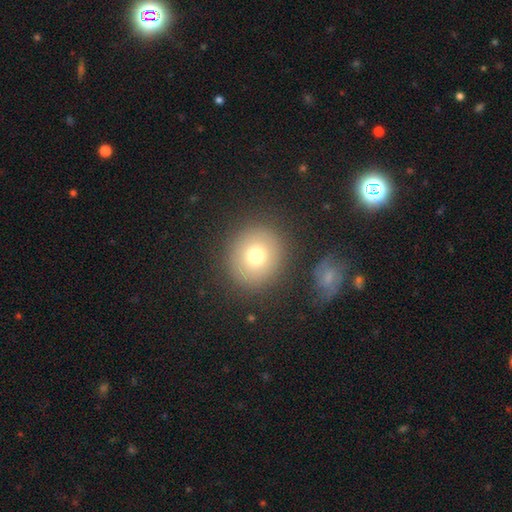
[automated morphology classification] smooth_or_featured: smooth (p=0.75) [alt: featured or disk p=0.14]
how_rounded: round (p=0.87) [alt: in between p=0.13]
merging: none (p=0.84) [alt: minor disturbance p=0.08]